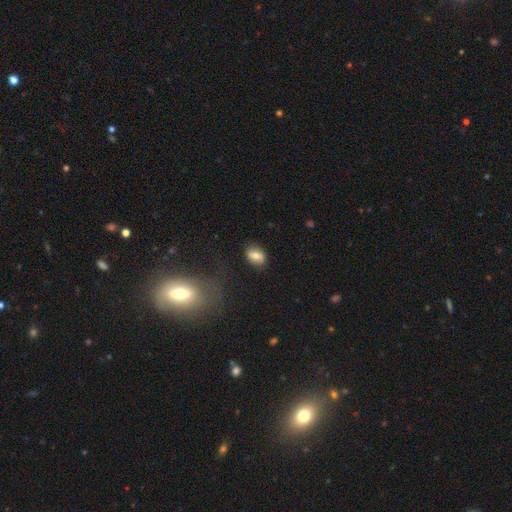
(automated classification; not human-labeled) The model was most divided on "smooth or featured": smooth: 72%, featured or disk: 19%, star or artifact: 9%. More confident: merging — none (81%); how rounded — in between (79%).